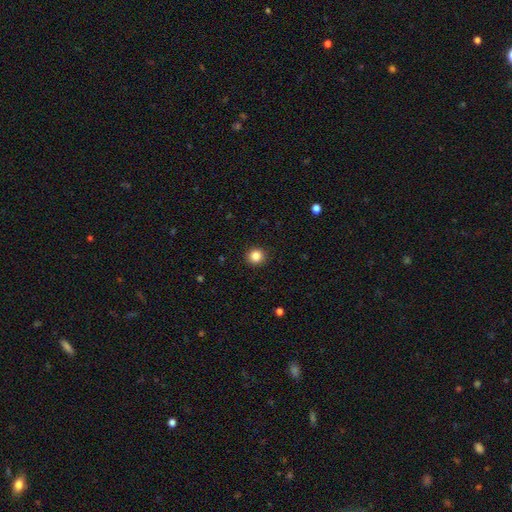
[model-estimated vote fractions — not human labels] smooth 85%, star or artifact 11%, featured or disk 4%. Down the decision tree: how rounded — round (93%); merging — none (92%).